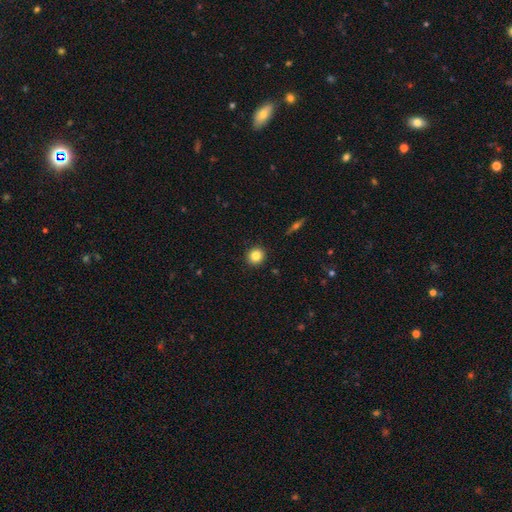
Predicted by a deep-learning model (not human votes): Smooth or featured: smooth — 82% (star or artifact — 10%)
How rounded: round — 91% (in between — 8%)
Merging: none — 92% (minor disturbance — 6%)